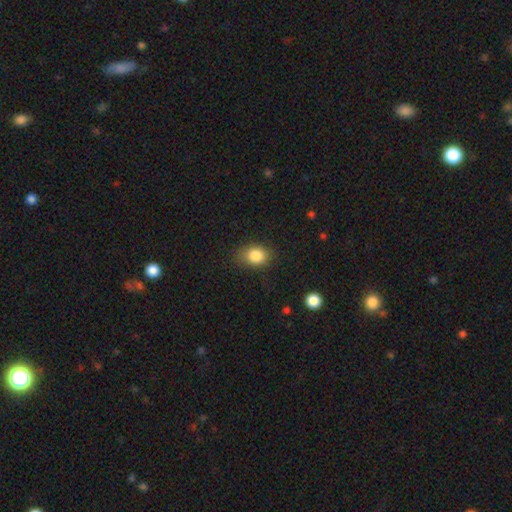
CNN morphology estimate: Overall: smooth (85%). How rounded: in between (64%; round 35%). Merging: none (77%).